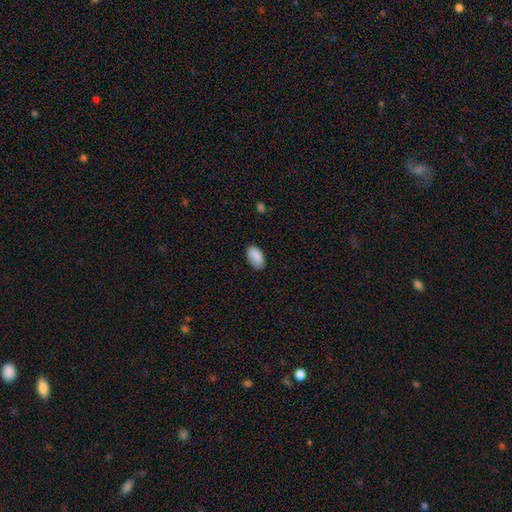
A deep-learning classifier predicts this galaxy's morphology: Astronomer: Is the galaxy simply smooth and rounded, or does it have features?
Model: smooth — 89%.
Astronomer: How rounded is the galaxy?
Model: in between — 94%.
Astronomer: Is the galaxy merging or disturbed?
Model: none — 83%.